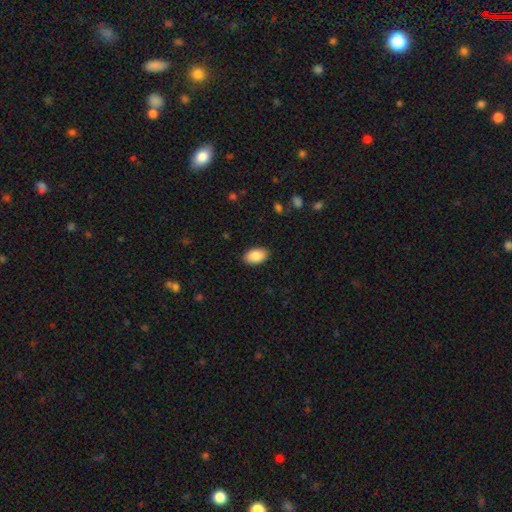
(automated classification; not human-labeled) Smooth or featured: smooth — 88% (star or artifact — 6%)
How rounded: in between — 94% (round — 4%)
Merging: none — 89% (minor disturbance — 8%)